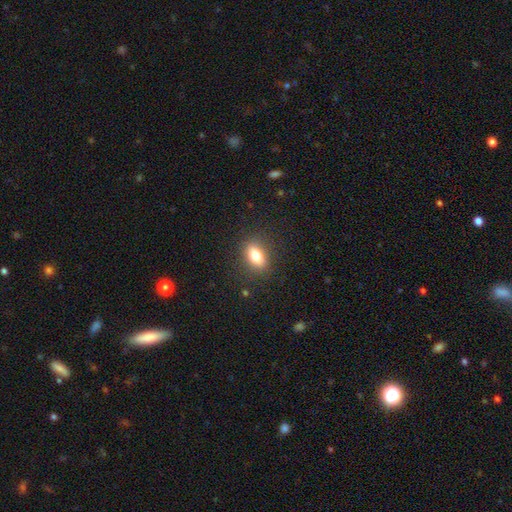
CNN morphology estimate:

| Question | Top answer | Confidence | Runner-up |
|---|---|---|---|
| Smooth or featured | smooth | 80% | featured or disk (10%) |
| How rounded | in between | 82% | round (12%) |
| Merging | none | 86% | minor disturbance (10%) |